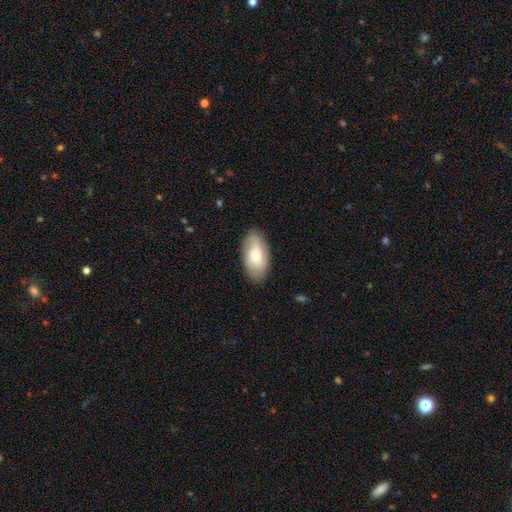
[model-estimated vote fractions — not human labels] A smooth galaxy with no disk features (68%) that is in between round and cigar-shaped (94%).

Vote fractions:
- Smooth or featured? smooth: 68% / featured or disk: 26% / star or artifact: 6%
- How rounded? in between: 94% / cigar-shaped: 4% / round: 3%
- Merging? none: 83% / minor disturbance: 13% / major disturbance: 3% / merger: 1%